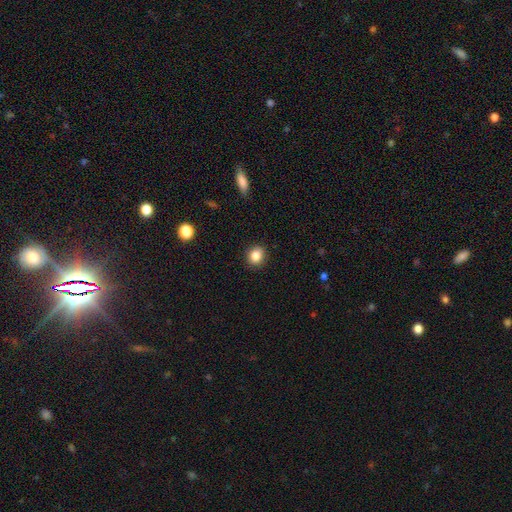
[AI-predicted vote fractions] Overall: smooth (85%). How rounded: round (73%). Merging: none (89%).